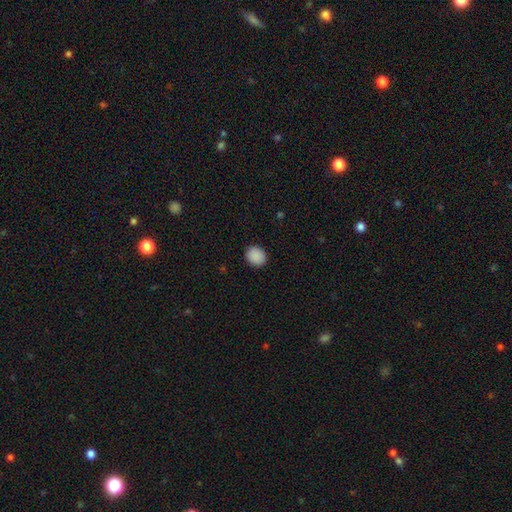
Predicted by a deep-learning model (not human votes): Smooth or featured? Predicted: smooth (p=0.90). How rounded? Predicted: round (p=0.72). Merging? Predicted: none (p=0.90).